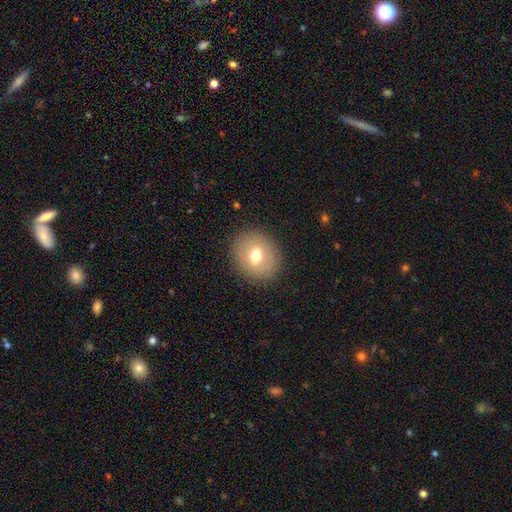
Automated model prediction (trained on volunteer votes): Smooth or featured?
  - smooth: 68% *
  - featured or disk: 22%
  - star or artifact: 10%
How rounded?
  - round: 69% *
  - in between: 30%
  - cigar-shaped: 1%
Merging?
  - none: 88% *
  - minor disturbance: 8%
  - major disturbance: 3%
  - merger: 1%